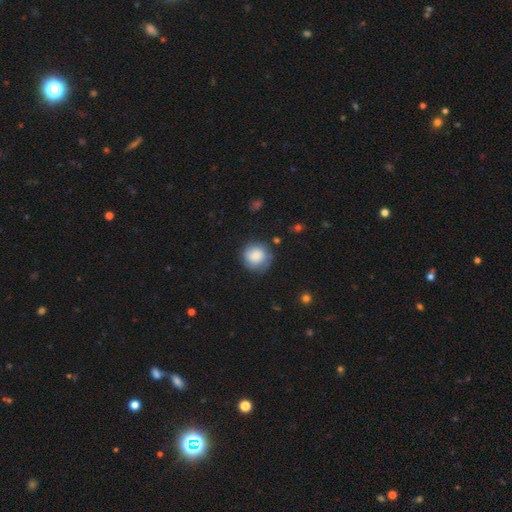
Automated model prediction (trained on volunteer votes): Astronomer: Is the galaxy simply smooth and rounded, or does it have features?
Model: smooth — 80%.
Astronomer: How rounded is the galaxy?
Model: round — 90%.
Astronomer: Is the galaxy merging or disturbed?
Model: none — 69%.